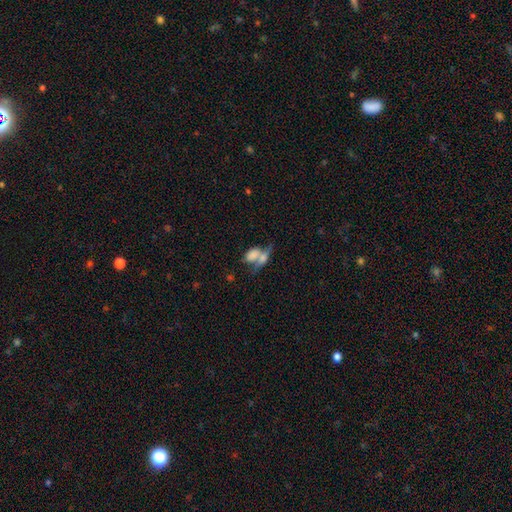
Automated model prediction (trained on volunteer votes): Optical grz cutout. It shows a smooth galaxy with no disk features (70%) that is in between round and cigar-shaped (81%). Merging: merger (65%).